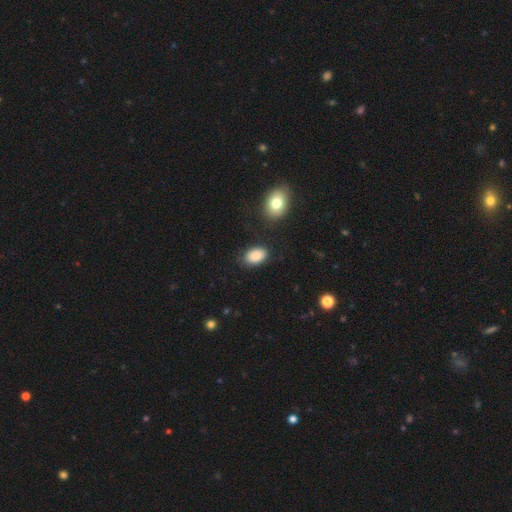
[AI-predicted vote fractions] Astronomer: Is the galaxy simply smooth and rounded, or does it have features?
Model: smooth — 86%.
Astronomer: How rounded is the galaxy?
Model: in between — 89%.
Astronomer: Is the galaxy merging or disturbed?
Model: none — 81%.